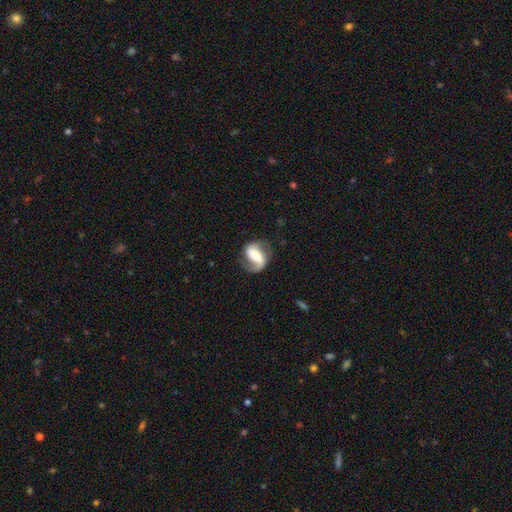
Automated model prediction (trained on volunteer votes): Morphology: type=featured or disk (75%); edge-on=no (96%); bar=strong (47%); spiral arms=yes (90%); winding=loose (46%); arm count=2 (70%); bulge=moderate (52%); merging=none (65%).